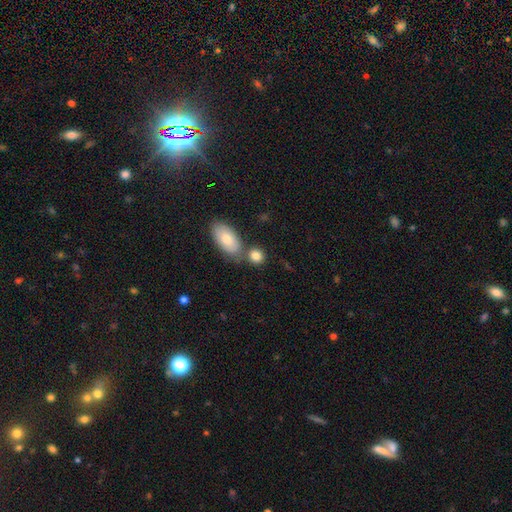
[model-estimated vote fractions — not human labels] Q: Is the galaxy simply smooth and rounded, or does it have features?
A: smooth — 83%.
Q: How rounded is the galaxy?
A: round — 63%.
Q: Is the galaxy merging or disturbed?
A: none — 59%.